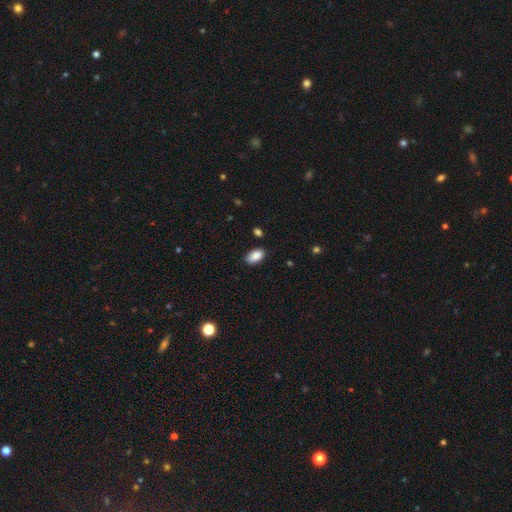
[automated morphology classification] A smooth galaxy with no disk features (89%) that is in between round and cigar-shaped (94%). Merging: none (83%).